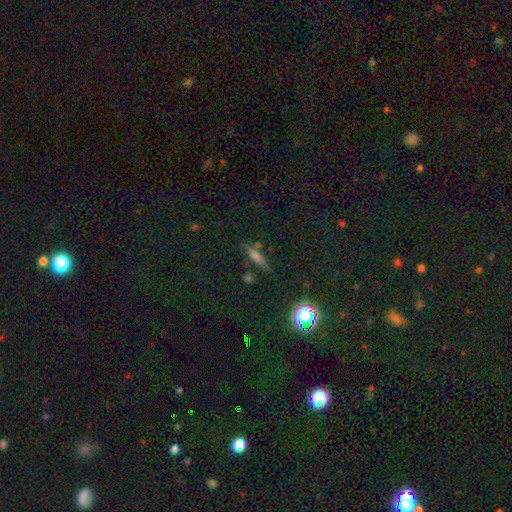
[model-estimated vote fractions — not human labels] Q: Smooth or featured?
A: smooth (52%); runner-up: featured or disk (25%)
Q: How rounded?
A: cigar-shaped (72%); runner-up: in between (23%)
Q: Merging?
A: none (79%); runner-up: minor disturbance (13%)